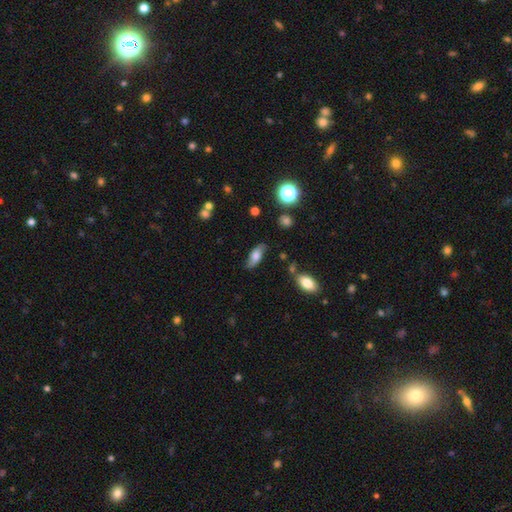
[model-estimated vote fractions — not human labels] Smooth or featured?
  - smooth: 66% *
  - featured or disk: 26%
  - star or artifact: 8%
How rounded?
  - in between: 77% *
  - cigar-shaped: 20%
  - round: 4%
Merging?
  - none: 77% *
  - minor disturbance: 17%
  - major disturbance: 4%
  - merger: 3%